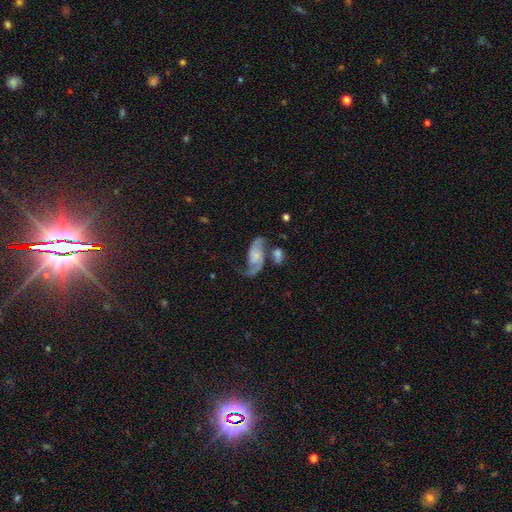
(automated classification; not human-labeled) This appears to be a featured or disk galaxy (82%) with no bar (61%), 2 (87%) loose (58%) spiral arms (95%) and a small central bulge (38%). Merging: none (42%).